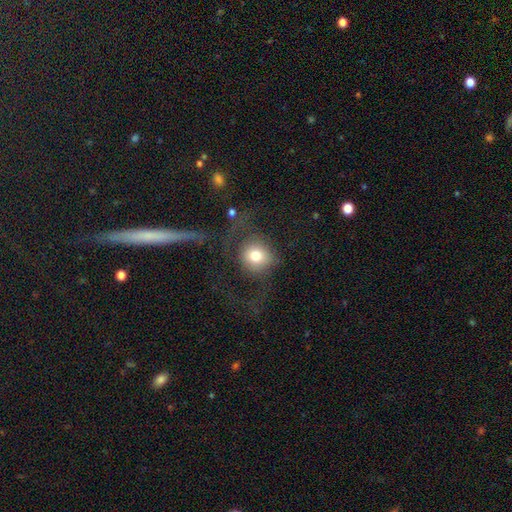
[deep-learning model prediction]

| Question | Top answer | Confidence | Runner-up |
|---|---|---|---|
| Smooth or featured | smooth | 71% | featured or disk (19%) |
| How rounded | round | 85% | in between (14%) |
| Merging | major disturbance | 41% | none (40%) |